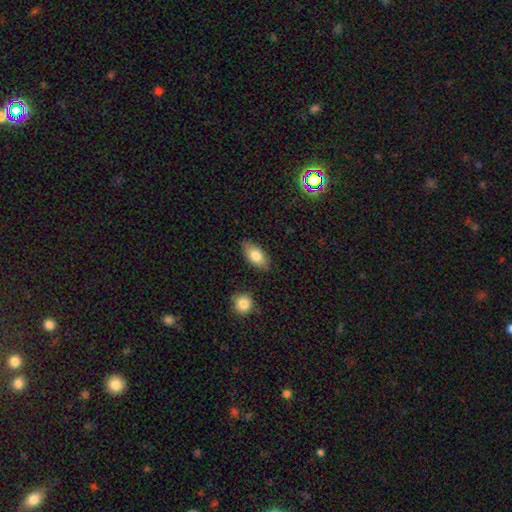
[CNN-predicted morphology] smooth-or-featured: smooth: 79% | featured or disk: 14% | star or artifact: 7%
  how-rounded: in between: 91% | cigar-shaped: 5% | round: 4%
  merging: none: 83% | minor disturbance: 12% | major disturbance: 2% | merger: 2%